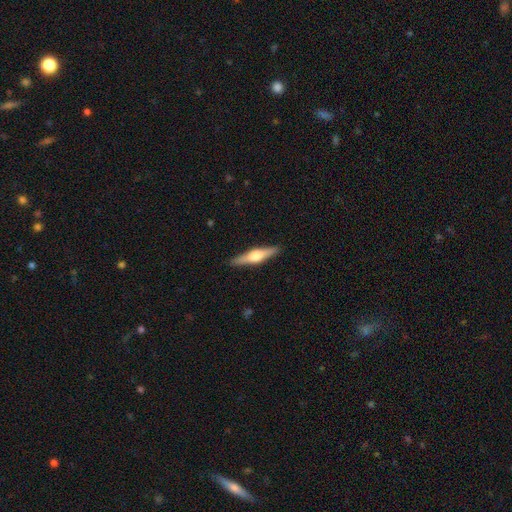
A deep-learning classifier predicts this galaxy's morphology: A featured or disk galaxy (64%) viewed edge-on (97%) with a rounded central bulge (92%). Merging: none (90%).